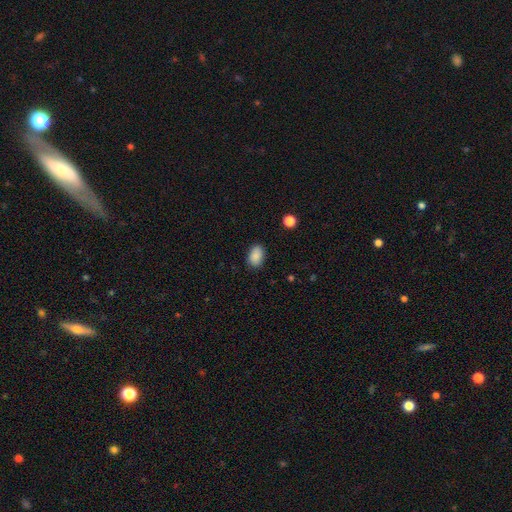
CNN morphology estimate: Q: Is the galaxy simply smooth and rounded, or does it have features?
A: smooth — 88%.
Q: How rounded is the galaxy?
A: in between — 86%.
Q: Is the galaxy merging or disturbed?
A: none — 86%.